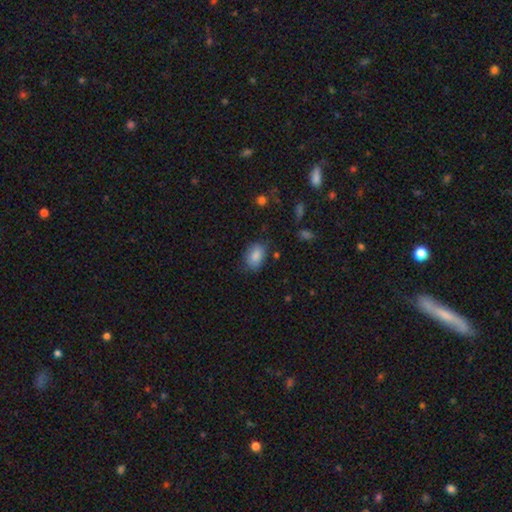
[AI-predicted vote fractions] Overall: smooth (85%). How rounded: in between (81%). Merging: none (73%).